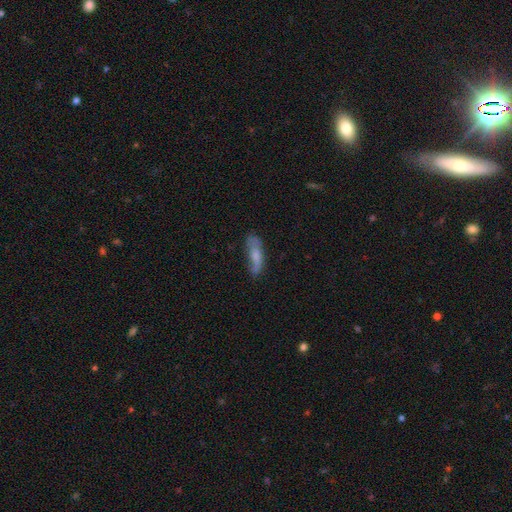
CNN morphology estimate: A smooth galaxy with no disk features (59%) that is in between round and cigar-shaped (54%).

Vote fractions:
- Smooth or featured? smooth: 59% / featured or disk: 34% / star or artifact: 7%
- How rounded? in between: 54% / cigar-shaped: 44% / round: 2%
- Merging? none: 56% / minor disturbance: 30% / major disturbance: 12% / merger: 3%